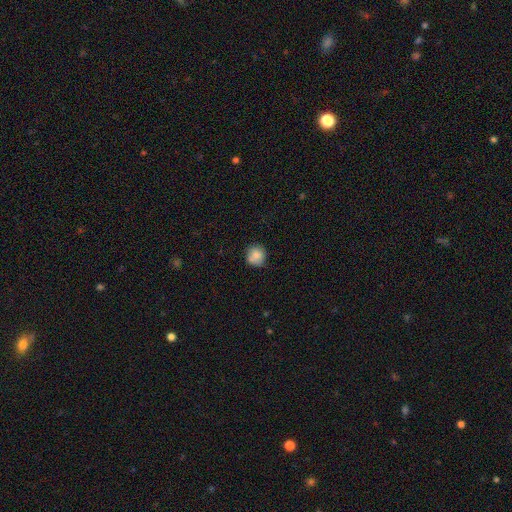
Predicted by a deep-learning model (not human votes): smooth 82%, featured or disk 9%, star or artifact 9%. Down the decision tree: how rounded — round (90%); merging — none (72%).